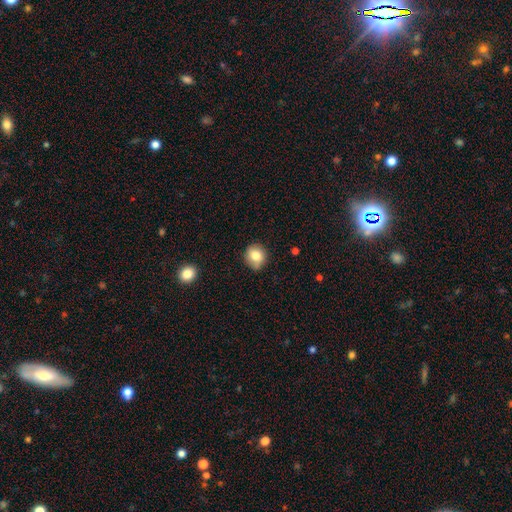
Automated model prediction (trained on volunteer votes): A smooth galaxy with no disk features (80%) that is round (83%). Merging: none (81%).